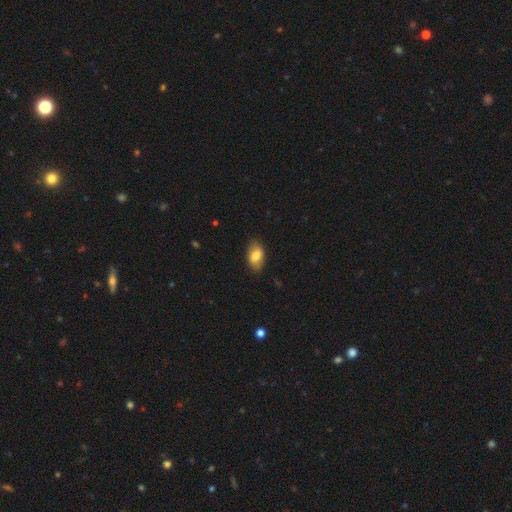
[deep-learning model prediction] Smooth or featured? Predicted: smooth (p=0.76). How rounded? Predicted: in between (p=0.90). Merging? Predicted: none (p=0.82).